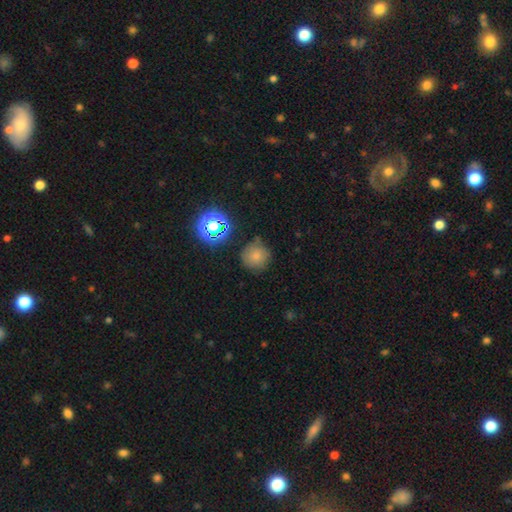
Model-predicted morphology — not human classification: type=smooth (72%); roundness=round (92%); merging=none (74%).